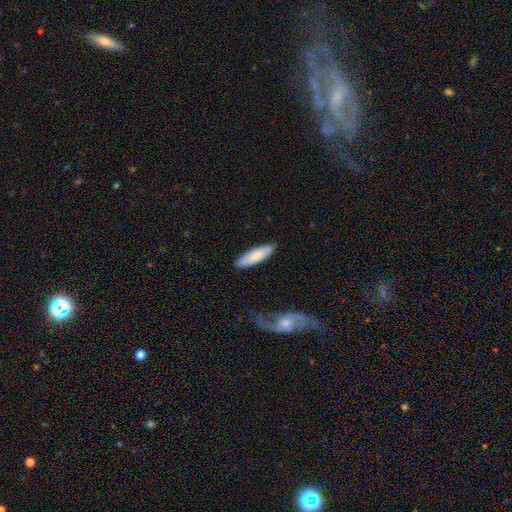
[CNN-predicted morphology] A smooth galaxy with no disk features (82%) that is cigar-shaped (61%).

Vote fractions:
- Smooth or featured? smooth: 82% / featured or disk: 13% / star or artifact: 5%
- How rounded? cigar-shaped: 61% / in between: 38% / round: 1%
- Merging? none: 86% / minor disturbance: 11% / major disturbance: 2% / merger: 2%